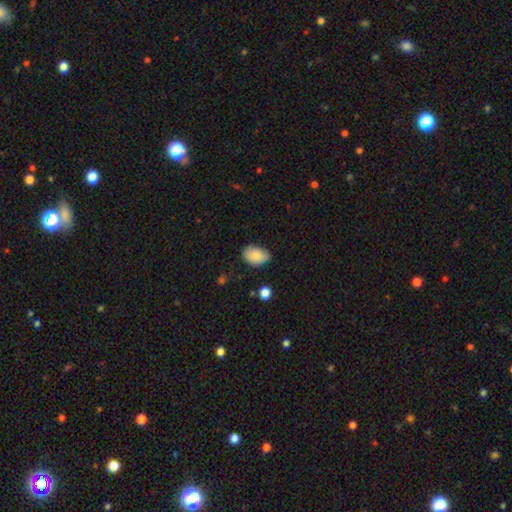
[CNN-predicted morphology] This appears to be a smooth galaxy with no disk features (84%) that is in between round and cigar-shaped (83%). Merging: none (69%).